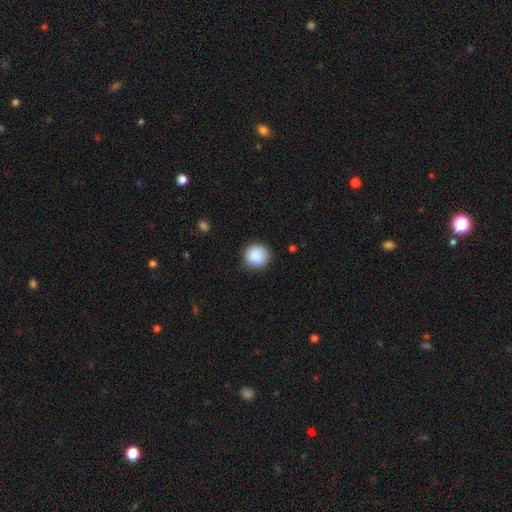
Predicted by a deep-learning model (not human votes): smooth 87%, star or artifact 9%, featured or disk 5%. Down the decision tree: how rounded — round (94%); merging — none (87%).